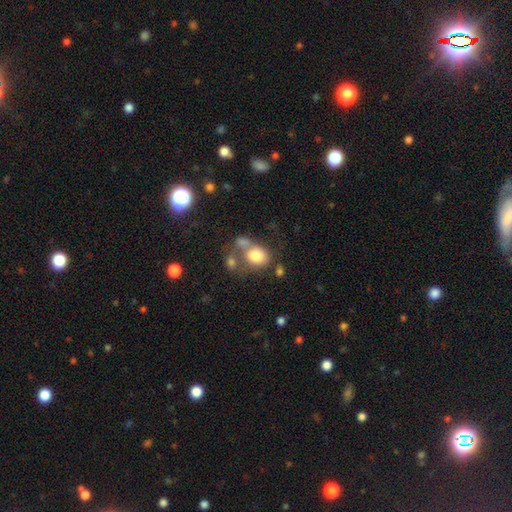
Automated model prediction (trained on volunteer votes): The model was most divided on "merging": none: 39%, merger: 34%, minor disturbance: 16%, major disturbance: 11%. More confident: smooth or featured — smooth (77%); how rounded — round (56%).